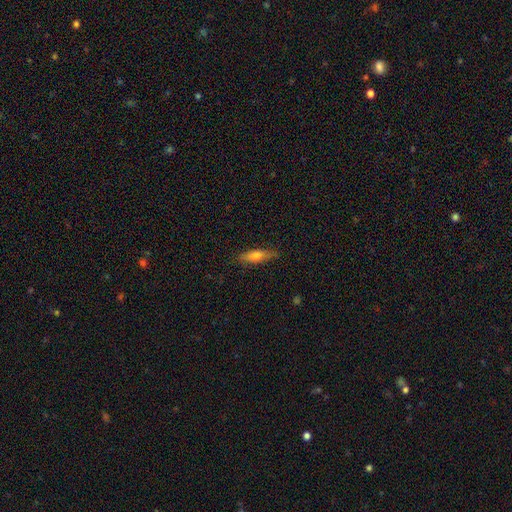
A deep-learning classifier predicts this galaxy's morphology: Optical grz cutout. It shows a smooth galaxy with no disk features (65%) that is cigar-shaped (59%). Merging: none (79%).